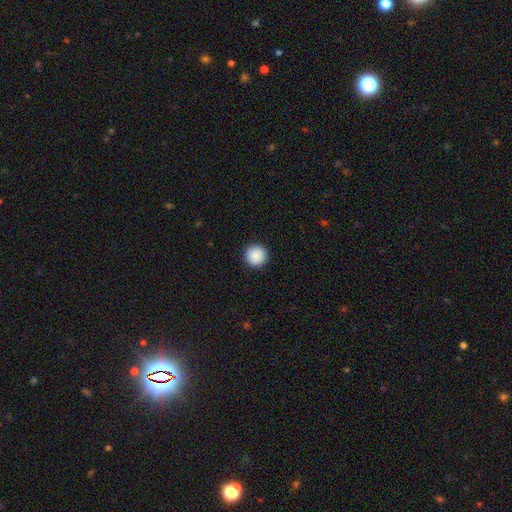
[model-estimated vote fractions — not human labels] Smooth or featured?
  - smooth: 90% *
  - star or artifact: 8%
  - featured or disk: 3%
How rounded?
  - round: 96% *
  - in between: 3%
  - cigar-shaped: 1%
Merging?
  - none: 93% *
  - minor disturbance: 4%
  - major disturbance: 2%
  - merger: 1%